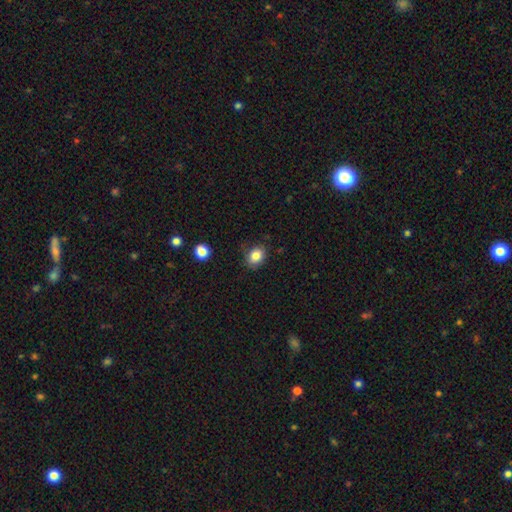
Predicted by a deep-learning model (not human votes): Smooth or featured? Predicted: smooth (p=0.84). How rounded? Predicted: in between (p=0.54). Merging? Predicted: none (p=0.81).